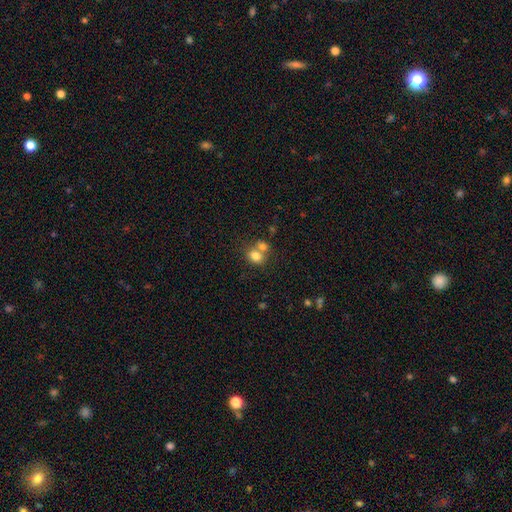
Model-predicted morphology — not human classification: A smooth galaxy with no disk features (79%) that is in between round and cigar-shaped (51%). Merging: merger (48%).